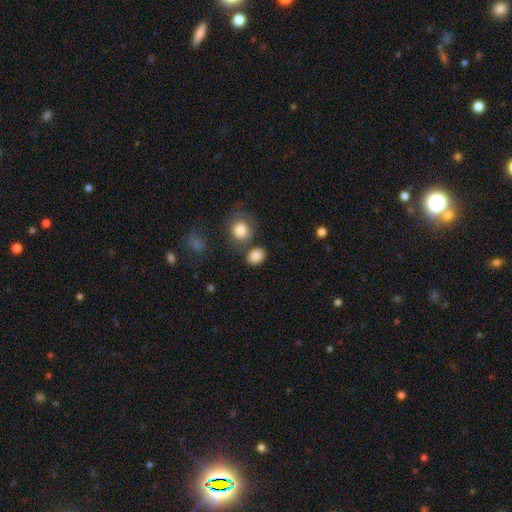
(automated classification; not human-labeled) Q: Smooth or featured?
A: smooth (86%); runner-up: star or artifact (9%)
Q: How rounded?
A: in between (53%); runner-up: round (46%)
Q: Merging?
A: none (70%); runner-up: merger (15%)